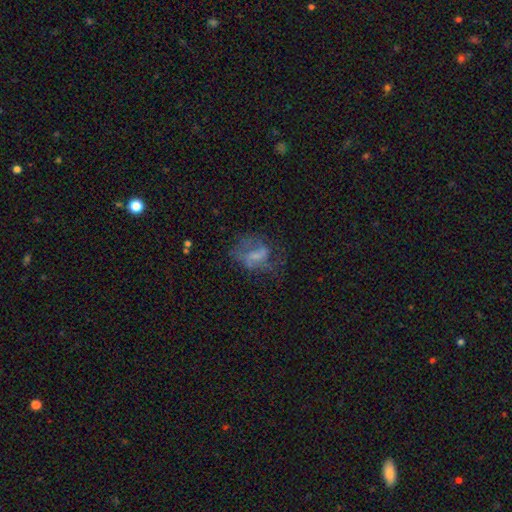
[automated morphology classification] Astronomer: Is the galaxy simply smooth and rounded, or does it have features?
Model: featured or disk — 52% (runner-up: smooth, 35%).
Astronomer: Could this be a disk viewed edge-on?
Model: no — 97%.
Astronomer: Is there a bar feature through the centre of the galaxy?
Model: no — 50% (runner-up: weak, 38%).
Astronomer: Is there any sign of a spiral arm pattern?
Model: no — 52% (runner-up: yes, 48%).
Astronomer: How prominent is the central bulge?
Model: none — 42% (runner-up: small, 31%).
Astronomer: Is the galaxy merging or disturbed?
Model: none — 38% (runner-up: major disturbance, 36%).